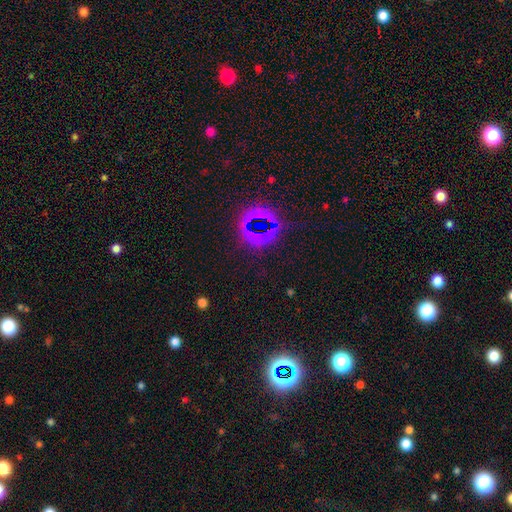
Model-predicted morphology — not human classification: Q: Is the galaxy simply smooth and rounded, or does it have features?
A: star or artifact — 73%.